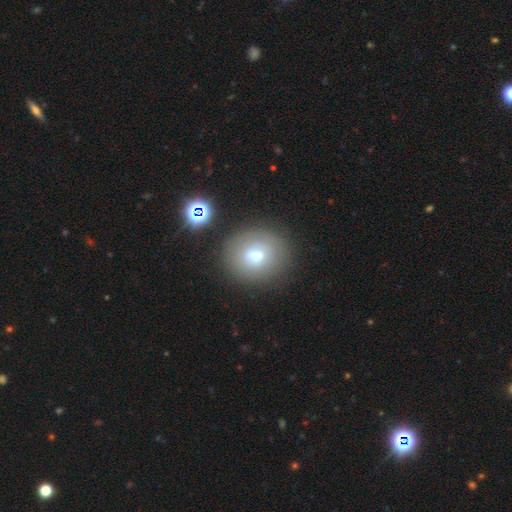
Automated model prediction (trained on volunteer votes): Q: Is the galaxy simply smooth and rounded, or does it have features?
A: smooth — 63%.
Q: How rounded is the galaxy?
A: round — 72%.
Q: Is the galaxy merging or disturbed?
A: none — 80%.